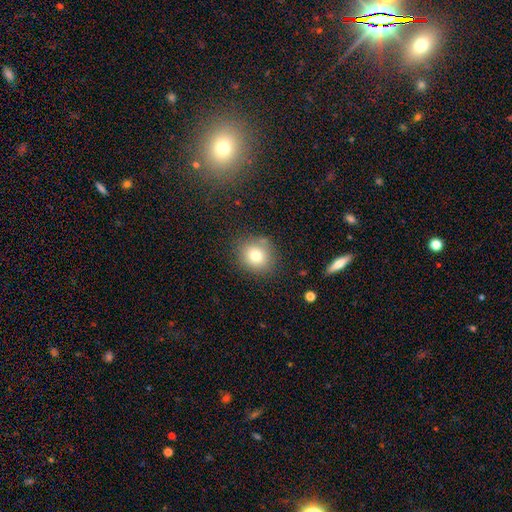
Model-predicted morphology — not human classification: Q: Smooth or featured?
A: smooth (77%); runner-up: star or artifact (12%)
Q: How rounded?
A: round (81%); runner-up: in between (18%)
Q: Merging?
A: none (81%); runner-up: minor disturbance (12%)